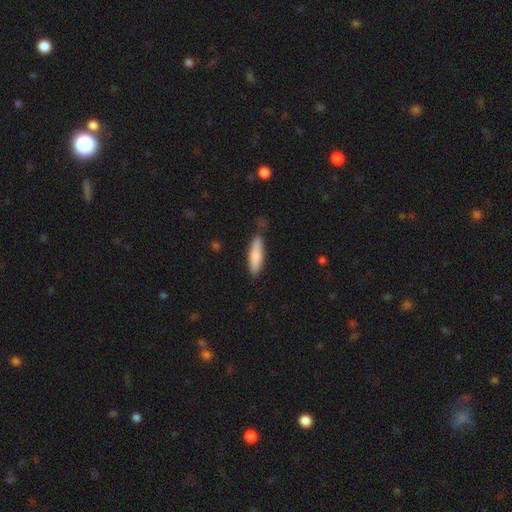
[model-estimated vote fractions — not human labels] A smooth galaxy with no disk features (80%) that is cigar-shaped (68%).

Vote fractions:
- Smooth or featured? smooth: 80% / featured or disk: 15% / star or artifact: 5%
- How rounded? cigar-shaped: 68% / in between: 30% / round: 2%
- Merging? none: 77% / minor disturbance: 16% / merger: 4% / major disturbance: 3%